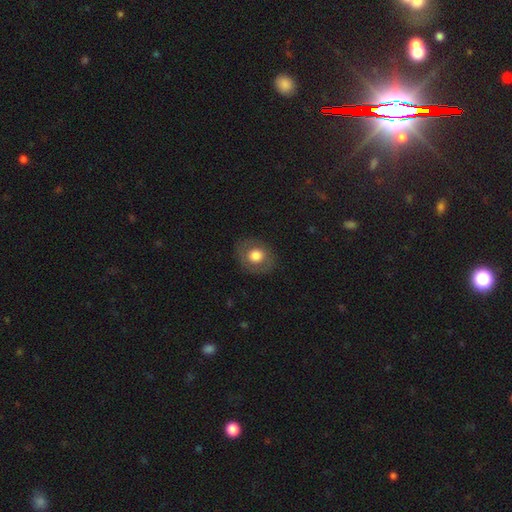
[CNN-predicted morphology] The model was most divided on "how rounded": round: 67%, in between: 32%, cigar-shaped: 1%. More confident: merging — none (82%); smooth or featured — smooth (68%).